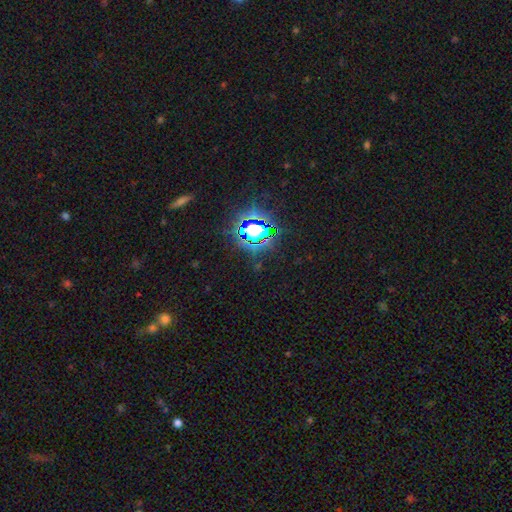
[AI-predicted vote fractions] smooth_or_featured: star or artifact (p=0.78) [alt: smooth p=0.14]